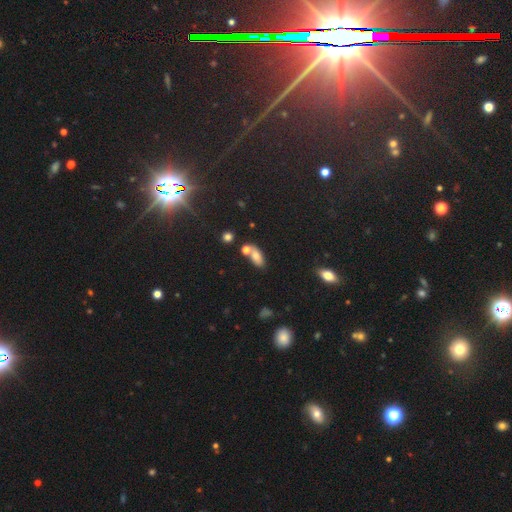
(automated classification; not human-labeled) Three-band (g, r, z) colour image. It shows a smooth galaxy with no disk features (73%) that is in between round and cigar-shaped (84%). Merging: none (49%).